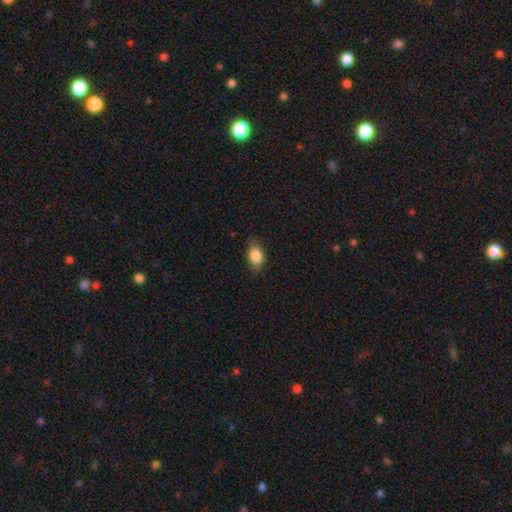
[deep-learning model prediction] Q: Smooth or featured?
A: smooth (86%); runner-up: star or artifact (8%)
Q: How rounded?
A: in between (84%); runner-up: round (14%)
Q: Merging?
A: none (81%); runner-up: minor disturbance (15%)